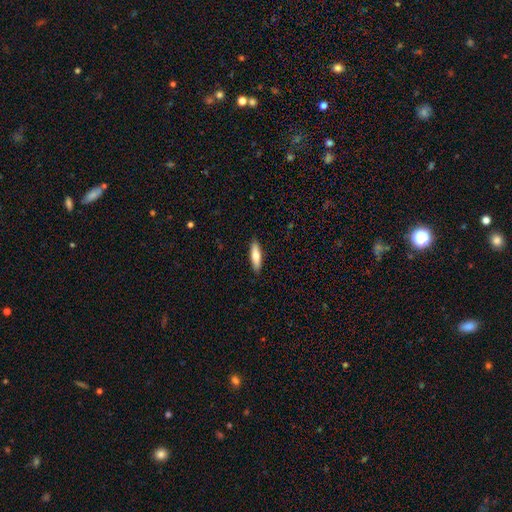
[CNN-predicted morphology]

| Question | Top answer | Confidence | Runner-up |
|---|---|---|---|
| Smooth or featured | smooth | 68% | featured or disk (26%) |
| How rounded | cigar-shaped | 70% | in between (28%) |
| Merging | none | 90% | minor disturbance (7%) |